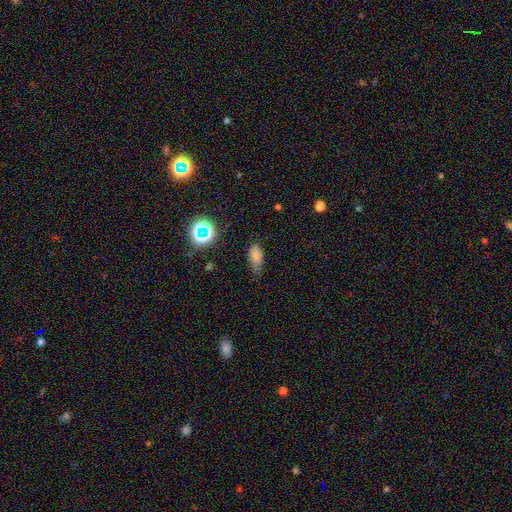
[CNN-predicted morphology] smooth-or-featured: smooth: 76% | star or artifact: 16% | featured or disk: 8%
  how-rounded: in between: 87% | cigar-shaped: 7% | round: 7%
  merging: none: 58% | minor disturbance: 33% | major disturbance: 8% | merger: 2%